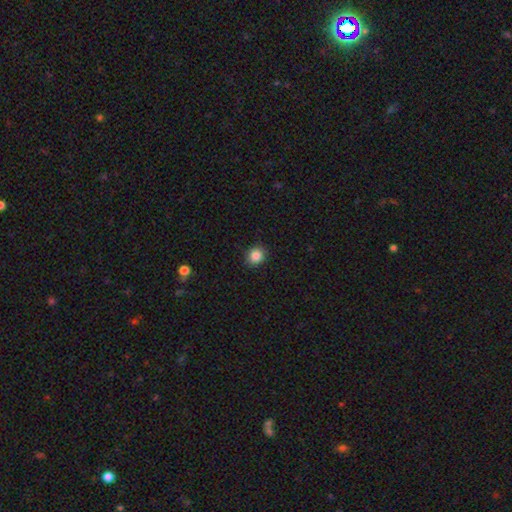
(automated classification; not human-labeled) Q: Smooth or featured?
A: smooth (86%); runner-up: star or artifact (10%)
Q: How rounded?
A: round (87%); runner-up: in between (12%)
Q: Merging?
A: none (90%); runner-up: minor disturbance (7%)